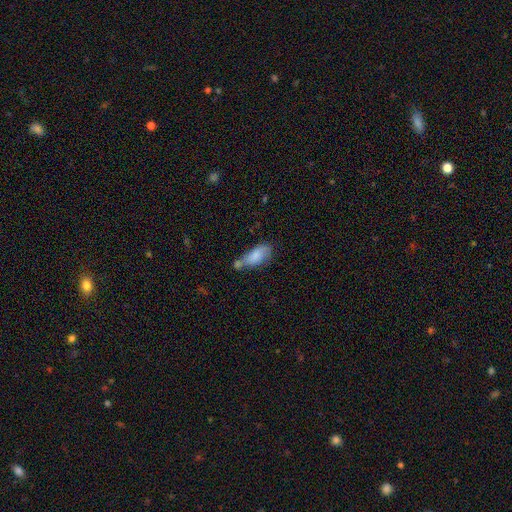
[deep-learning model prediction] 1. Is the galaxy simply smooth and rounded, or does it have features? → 76% smooth, 17% featured or disk, 7% star or artifact.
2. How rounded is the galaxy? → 86% in between, 11% cigar-shaped, 3% round.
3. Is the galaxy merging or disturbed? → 33% none (tied), 33% merger (tied), 24% minor disturbance, 10% major disturbance.